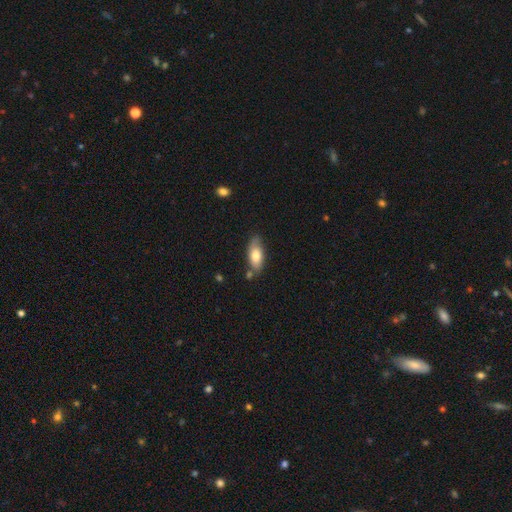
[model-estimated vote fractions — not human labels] smooth_or_featured: smooth (p=0.73) [alt: featured or disk p=0.21]
how_rounded: in between (p=0.83) [alt: cigar-shaped p=0.15]
merging: none (p=0.71) [alt: minor disturbance p=0.19]